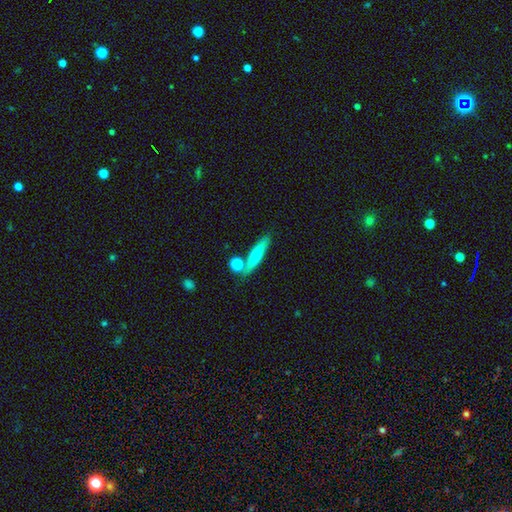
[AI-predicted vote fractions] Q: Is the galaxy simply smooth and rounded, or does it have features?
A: smooth — 57%.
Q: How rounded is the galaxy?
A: cigar-shaped — 80%.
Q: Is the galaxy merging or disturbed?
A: none — 70%.